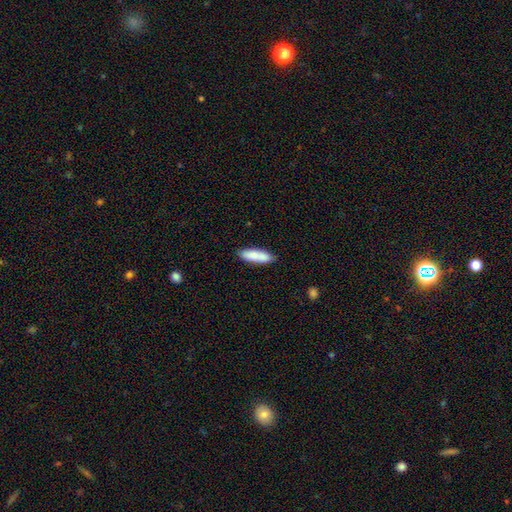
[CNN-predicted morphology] Smooth or featured? smooth (81%)
How rounded? cigar-shaped (54%)
Merging? none (81%)